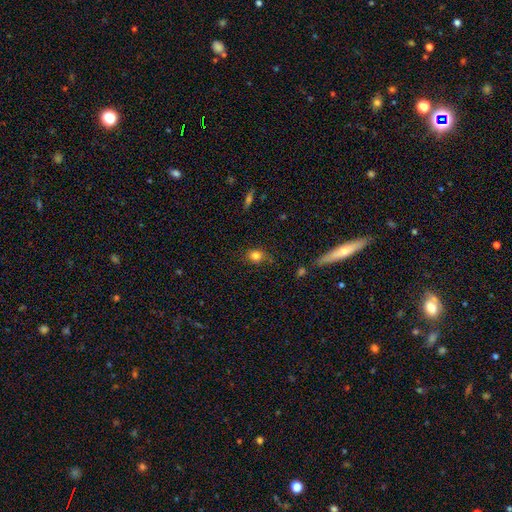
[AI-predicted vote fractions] A smooth galaxy with no disk features (82%) that is round (57%).

Vote fractions:
- Smooth or featured? smooth: 82% / star or artifact: 11% / featured or disk: 7%
- How rounded? round: 57% / in between: 41% / cigar-shaped: 2%
- Merging? none: 77% / minor disturbance: 17% / major disturbance: 4% / merger: 2%